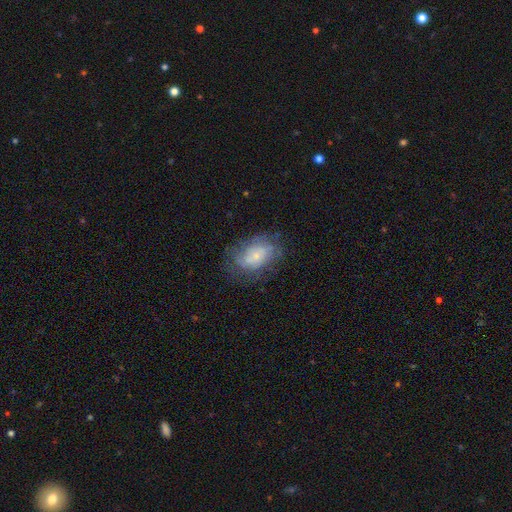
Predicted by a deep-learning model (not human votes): Q: Smooth or featured?
A: featured or disk (47%); runner-up: smooth (44%)
Q: Merging?
A: none (60%); runner-up: minor disturbance (23%)